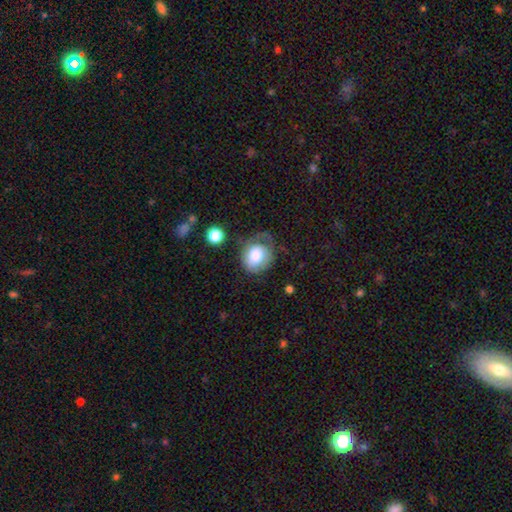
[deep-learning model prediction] The model was most divided on "merging": none: 42%, minor disturbance: 29%, major disturbance: 26%, merger: 3%. More confident: how rounded — round (70%); smooth or featured — smooth (64%).